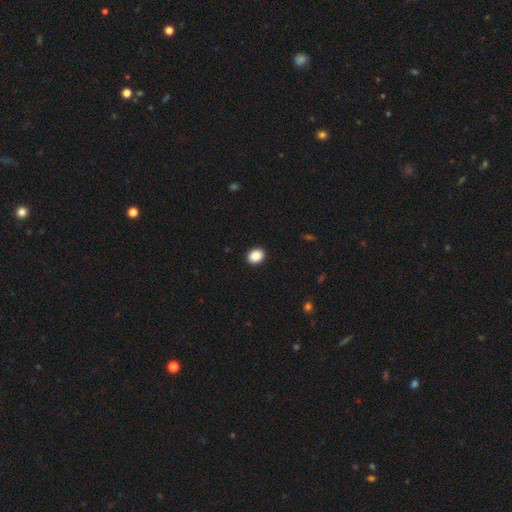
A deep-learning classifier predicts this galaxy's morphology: smooth_or_featured: smooth (p=0.87) [alt: star or artifact p=0.09]
how_rounded: in between (p=0.52) [alt: round p=0.47]
merging: none (p=0.92) [alt: minor disturbance p=0.05]